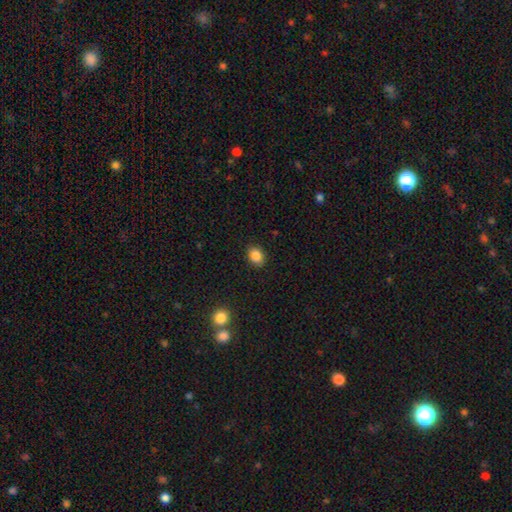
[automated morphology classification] This appears to be a smooth galaxy with no disk features (86%) that is in between round and cigar-shaped (55%). Merging: none (89%).